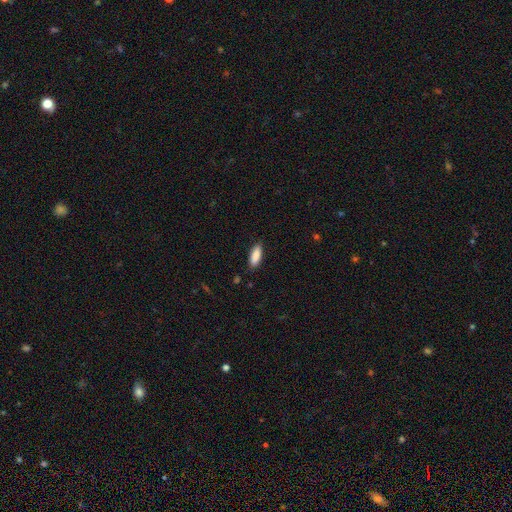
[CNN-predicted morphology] Overall: smooth (88%). How rounded: in between (68%; cigar-shaped 31%). Merging: none (87%).